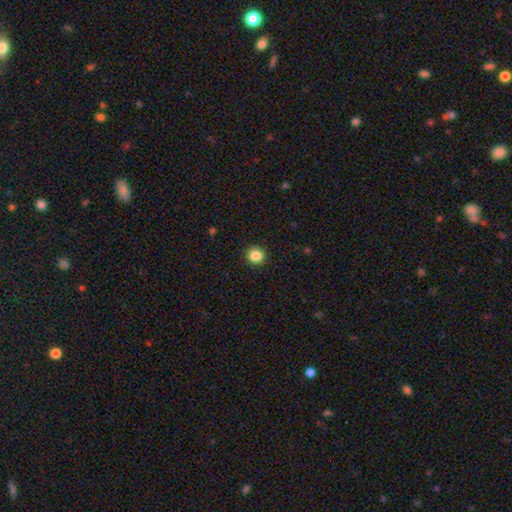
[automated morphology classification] Smooth or featured?
  - smooth: 85% *
  - star or artifact: 11%
  - featured or disk: 4%
How rounded?
  - round: 91% *
  - in between: 8%
  - cigar-shaped: 1%
Merging?
  - none: 92% *
  - minor disturbance: 5%
  - major disturbance: 2%
  - merger: 1%